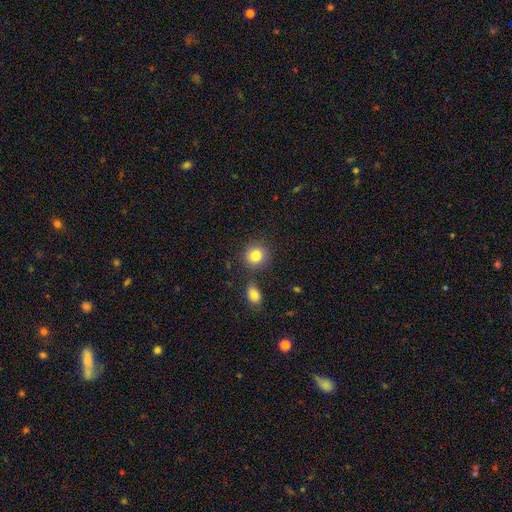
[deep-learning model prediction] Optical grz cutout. It shows a smooth galaxy with no disk features (83%) that is round (86%). Merging: none (78%).